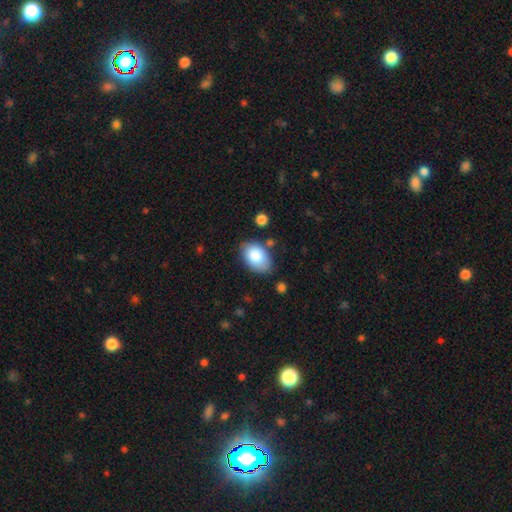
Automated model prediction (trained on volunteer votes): Smooth or featured? Predicted: smooth (p=0.85). How rounded? Predicted: in between (p=0.90). Merging? Predicted: none (p=0.76).